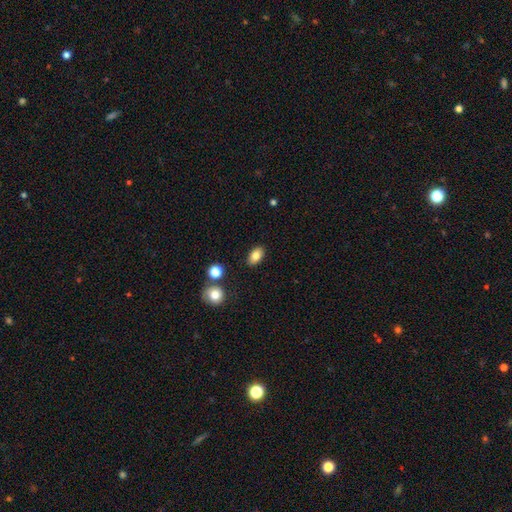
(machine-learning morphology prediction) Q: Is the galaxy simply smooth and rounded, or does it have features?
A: smooth — 82%.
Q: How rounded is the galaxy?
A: in between — 88%.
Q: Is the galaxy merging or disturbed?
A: none — 86%.